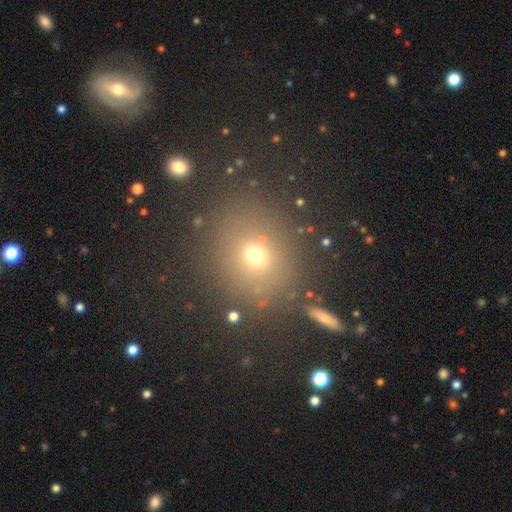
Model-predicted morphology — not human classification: Smooth or featured? Predicted: smooth (p=0.63). How rounded? Predicted: round (p=0.71). Merging? Predicted: none (p=0.77).